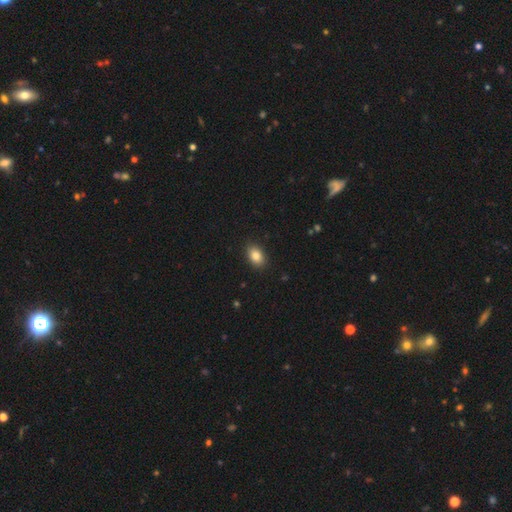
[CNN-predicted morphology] The model was most divided on "how rounded": in between: 83%, round: 16%, cigar-shaped: 1%. More confident: merging — none (88%); smooth or featured — smooth (84%).